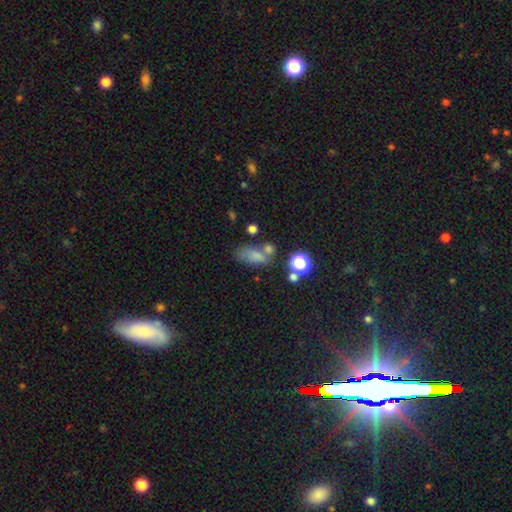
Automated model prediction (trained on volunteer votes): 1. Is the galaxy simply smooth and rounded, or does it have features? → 73% smooth, 15% star or artifact, 12% featured or disk.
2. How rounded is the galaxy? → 79% in between, 11% round, 10% cigar-shaped.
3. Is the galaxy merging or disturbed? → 46% none, 23% merger, 20% minor disturbance, 11% major disturbance.